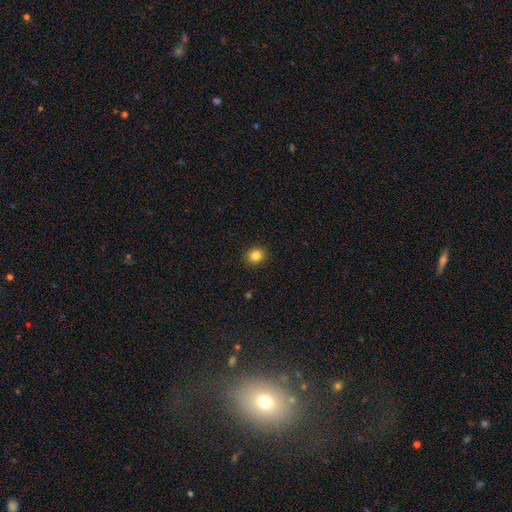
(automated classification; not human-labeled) Smooth or featured? Predicted: smooth (p=0.85). How rounded? Predicted: round (p=0.78). Merging? Predicted: none (p=0.90).